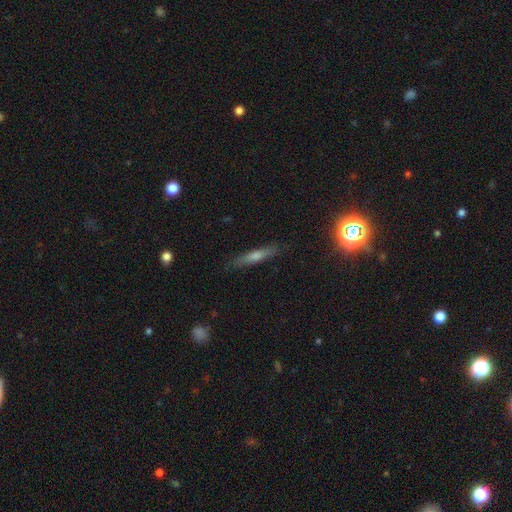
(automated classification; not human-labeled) Smooth or featured? Predicted: featured or disk (p=0.51). Edge-on disk? Predicted: yes (p=0.91). Merging? Predicted: none (p=0.88).